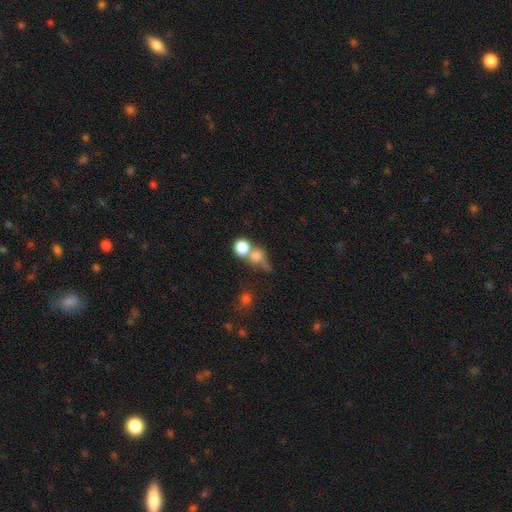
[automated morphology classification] Q: Smooth or featured?
A: smooth (69%); runner-up: star or artifact (16%)
Q: How rounded?
A: round (76%); runner-up: in between (20%)
Q: Merging?
A: merger (44%); runner-up: none (36%)